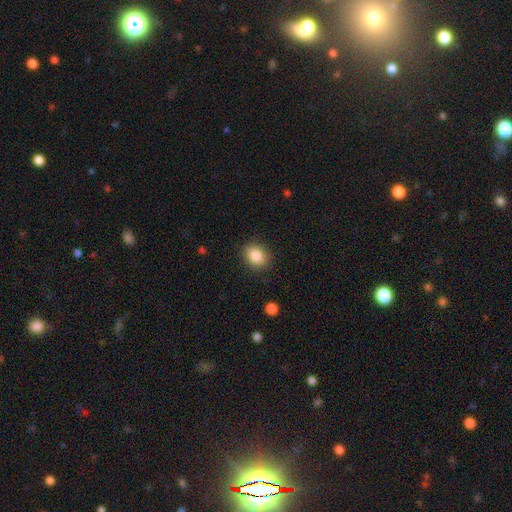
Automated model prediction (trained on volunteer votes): Smooth or featured: smooth — 86% (star or artifact — 9%)
How rounded: round — 53% (in between — 46%)
Merging: none — 87% (minor disturbance — 9%)